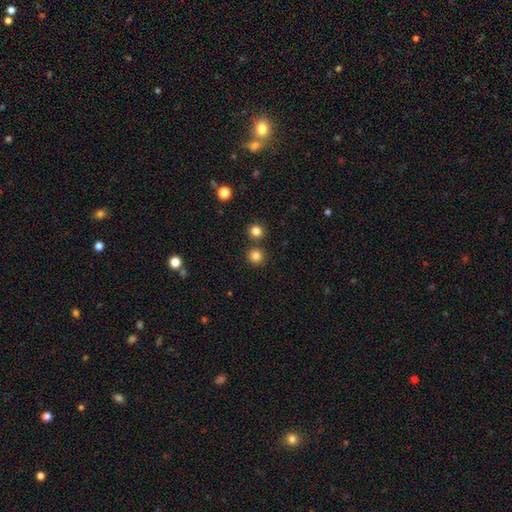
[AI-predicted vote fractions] A smooth galaxy with no disk features (83%) that is round (94%).

Vote fractions:
- Smooth or featured? smooth: 83% / star or artifact: 13% / featured or disk: 4%
- How rounded? round: 94% / in between: 5% / cigar-shaped: 1%
- Merging? none: 83% / merger: 9% / minor disturbance: 5% / major disturbance: 2%